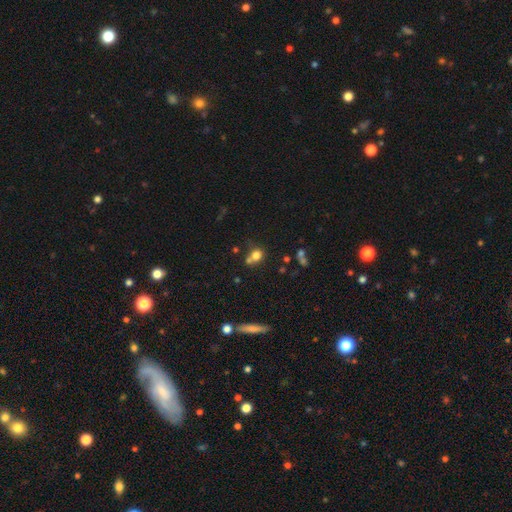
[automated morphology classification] Smooth or featured? Predicted: smooth (p=0.75). How rounded? Predicted: round (p=0.70). Merging? Predicted: none (p=0.47).